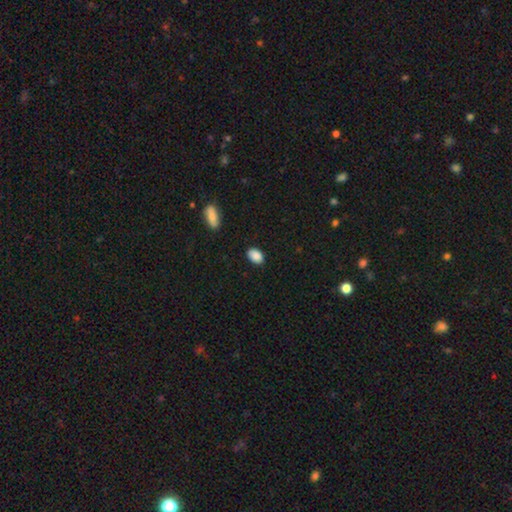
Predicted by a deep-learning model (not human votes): This is clearly a smooth galaxy (89%). How rounded: clearly in between (88%). Merging: clearly none (86%).